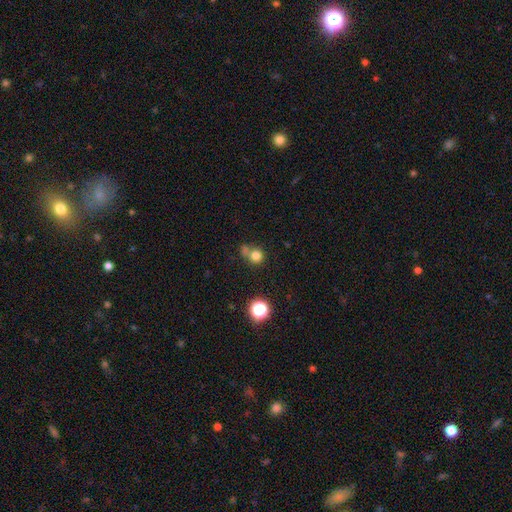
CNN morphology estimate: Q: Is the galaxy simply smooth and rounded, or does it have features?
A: smooth — 76%.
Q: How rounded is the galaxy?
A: round — 88%.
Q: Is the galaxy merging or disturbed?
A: none — 52%.